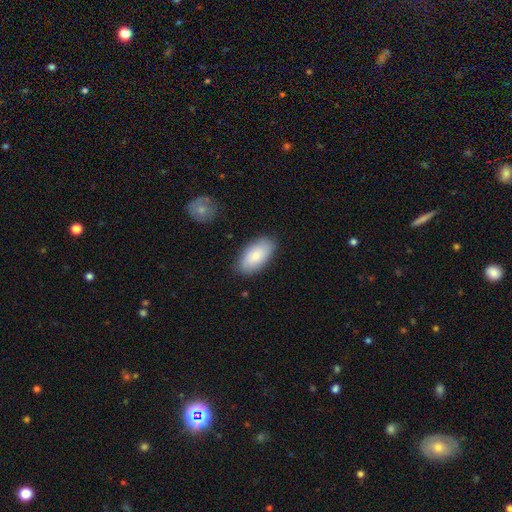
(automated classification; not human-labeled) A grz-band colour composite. It shows a smooth galaxy with no disk features (79%) that is in between round and cigar-shaped (94%). Merging: none (84%).